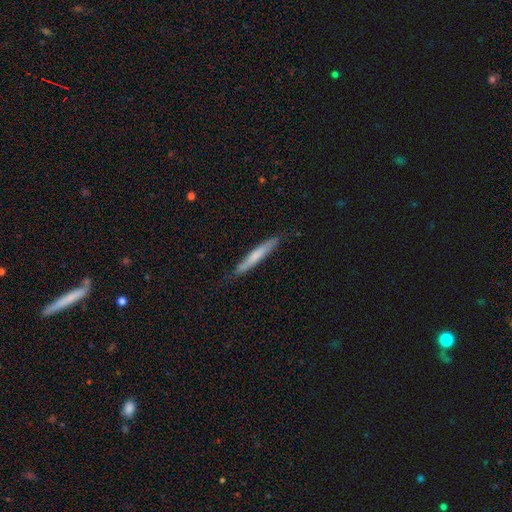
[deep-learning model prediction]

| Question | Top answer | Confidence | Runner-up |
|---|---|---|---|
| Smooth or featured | smooth | 64% | featured or disk (30%) |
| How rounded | cigar-shaped | 95% | in between (3%) |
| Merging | none | 83% | minor disturbance (13%) |